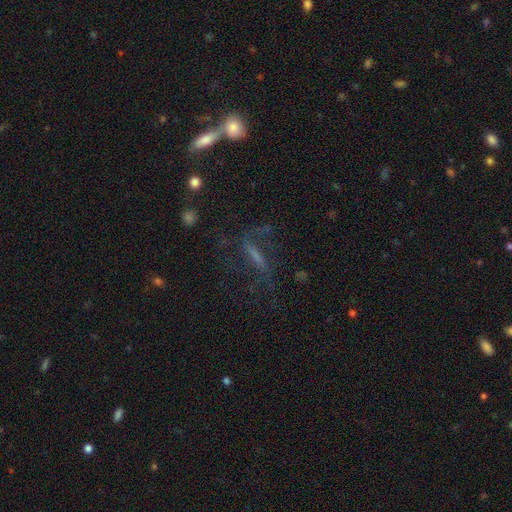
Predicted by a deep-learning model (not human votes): This appears to be a featured or disk galaxy (55%). Merging: none (57%).